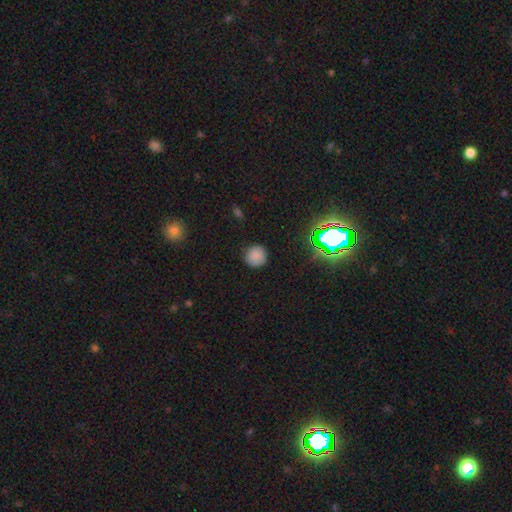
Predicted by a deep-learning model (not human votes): This appears to be a smooth galaxy with no disk features (80%) that is round (94%). Merging: none (86%).